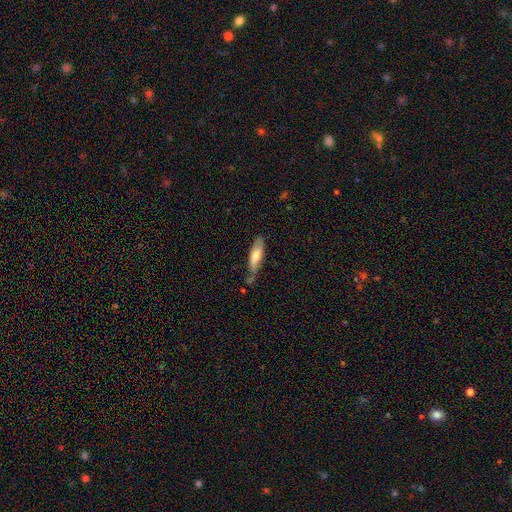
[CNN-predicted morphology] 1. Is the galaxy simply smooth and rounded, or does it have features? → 66% smooth, 28% featured or disk, 6% star or artifact.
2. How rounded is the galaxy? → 58% cigar-shaped, 41% in between, 2% round.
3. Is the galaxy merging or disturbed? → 55% none, 30% minor disturbance, 8% major disturbance, 7% merger.